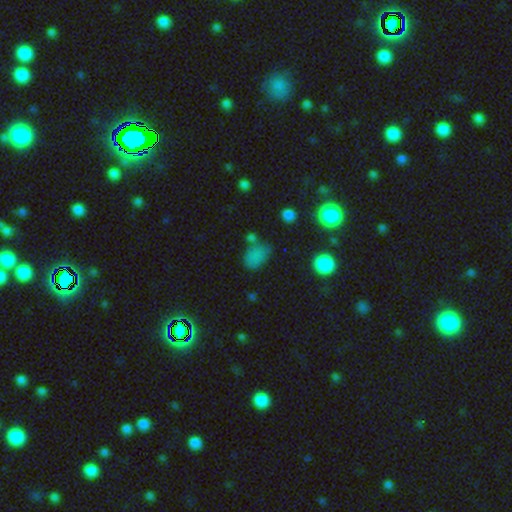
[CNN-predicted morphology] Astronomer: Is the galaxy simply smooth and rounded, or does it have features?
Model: smooth — 74%.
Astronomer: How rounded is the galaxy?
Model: in between — 77%.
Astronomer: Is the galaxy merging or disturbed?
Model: none — 50%.